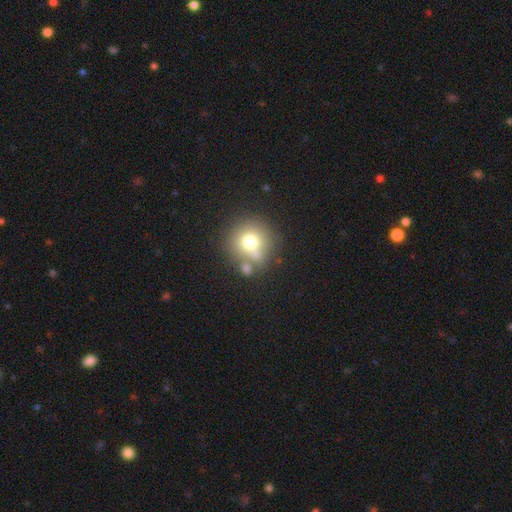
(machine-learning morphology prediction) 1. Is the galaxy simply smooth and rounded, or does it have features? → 66% smooth, 19% star or artifact, 15% featured or disk.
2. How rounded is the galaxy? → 92% round, 7% in between, 1% cigar-shaped.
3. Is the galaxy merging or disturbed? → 66% none, 19% merger, 11% minor disturbance, 4% major disturbance.